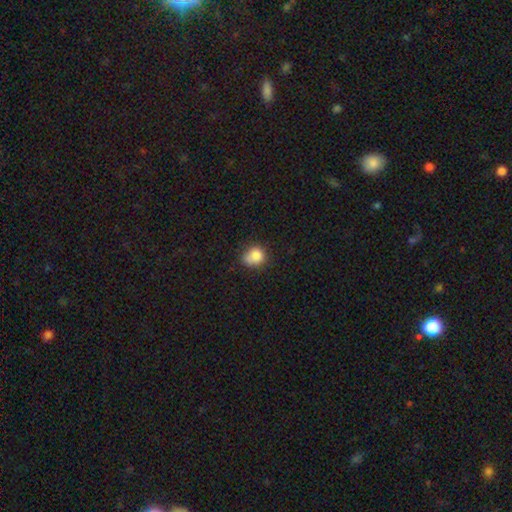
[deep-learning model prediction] Morphology: type=smooth (81%); roundness=round (68%); merging=none (53%).